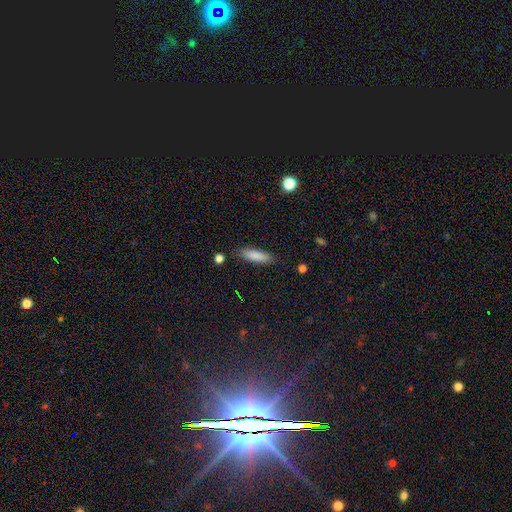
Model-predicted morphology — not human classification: Smooth or featured? Predicted: smooth (p=0.86). How rounded? Predicted: cigar-shaped (p=0.61). Merging? Predicted: none (p=0.86).